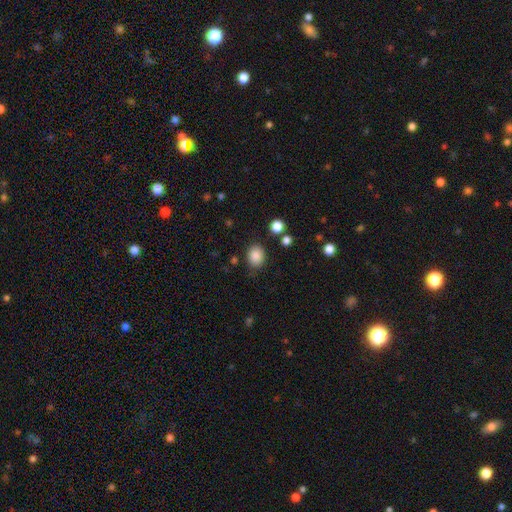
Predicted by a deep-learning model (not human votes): Morphology: type=smooth (86%); roundness=round (54%); merging=none (80%).